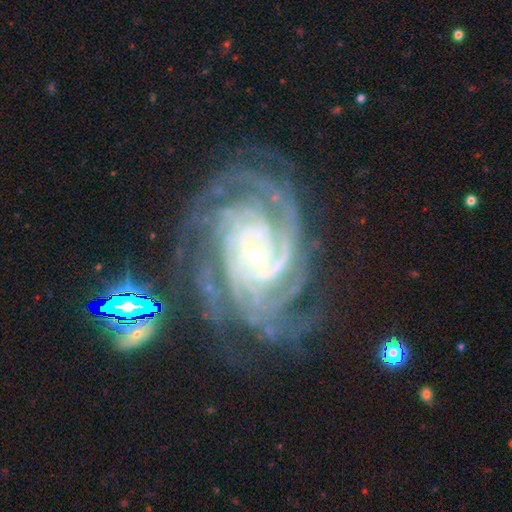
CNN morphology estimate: Smooth or featured? Predicted: featured or disk (p=0.92). Edge-on disk? Predicted: no (p=0.97). Bar? Predicted: no (p=0.55). Spiral arms? Predicted: yes (p=0.99). Spiral winding? Predicted: tight (p=0.73). Spiral arm count? Predicted: 4 (p=0.29). Bulge size? Predicted: small (p=0.70). Merging? Predicted: none (p=0.67).